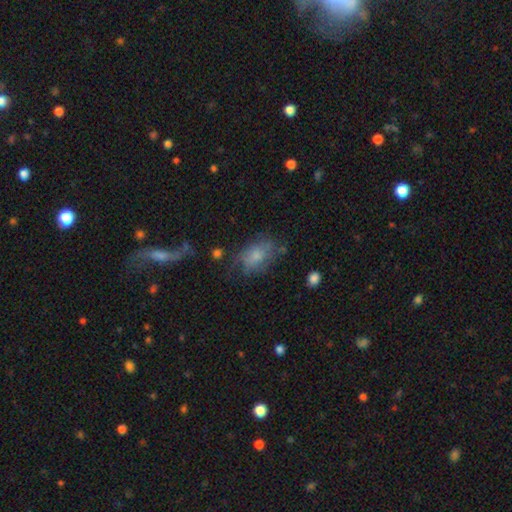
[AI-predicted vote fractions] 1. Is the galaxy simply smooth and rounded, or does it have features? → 62% smooth, 29% featured or disk, 10% star or artifact.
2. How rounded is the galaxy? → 84% in between, 13% round, 2% cigar-shaped.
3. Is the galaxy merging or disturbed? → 49% none, 27% minor disturbance, 20% major disturbance, 4% merger.